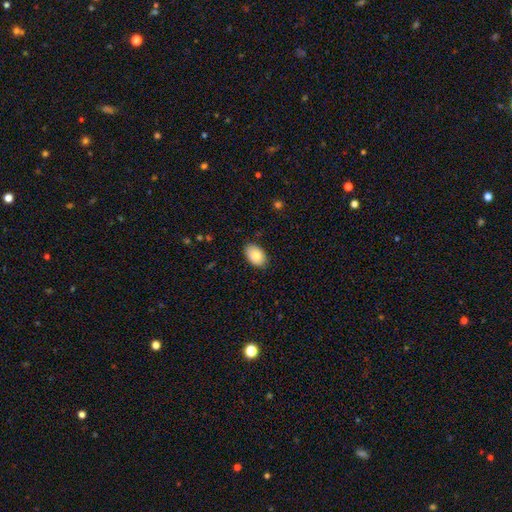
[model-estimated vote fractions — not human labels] Q: Smooth or featured?
A: smooth (83%); runner-up: featured or disk (10%)
Q: How rounded?
A: in between (91%); runner-up: round (8%)
Q: Merging?
A: none (85%); runner-up: minor disturbance (12%)